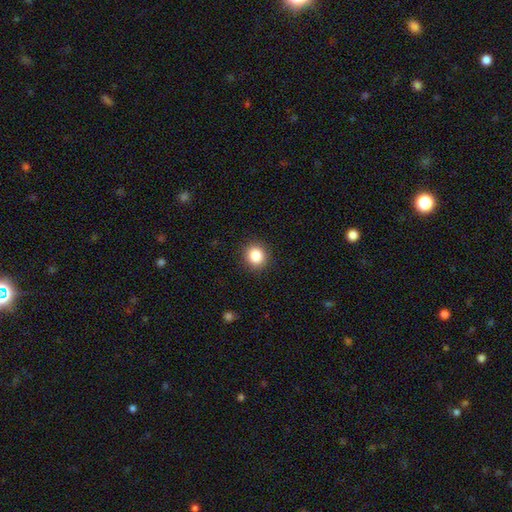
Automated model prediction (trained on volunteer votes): This appears to be a smooth galaxy with no disk features (85%) that is round (84%). Merging: none (90%).